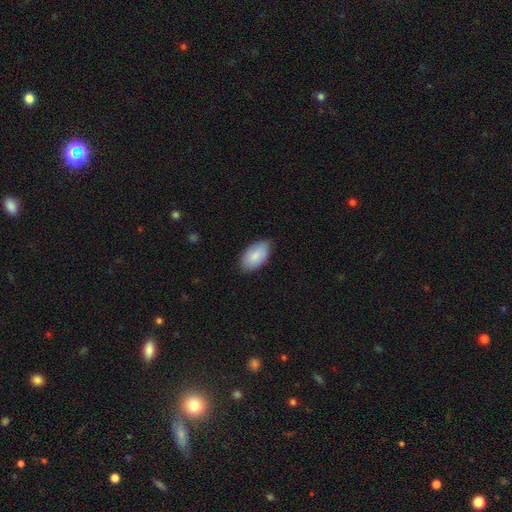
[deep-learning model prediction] A smooth galaxy with no disk features (83%) that is in between round and cigar-shaped (95%).

Vote fractions:
- Smooth or featured? smooth: 83% / featured or disk: 12% / star or artifact: 5%
- How rounded? in between: 95% / round: 3% / cigar-shaped: 2%
- Merging? none: 78% / minor disturbance: 19% / major disturbance: 3% / merger: 1%